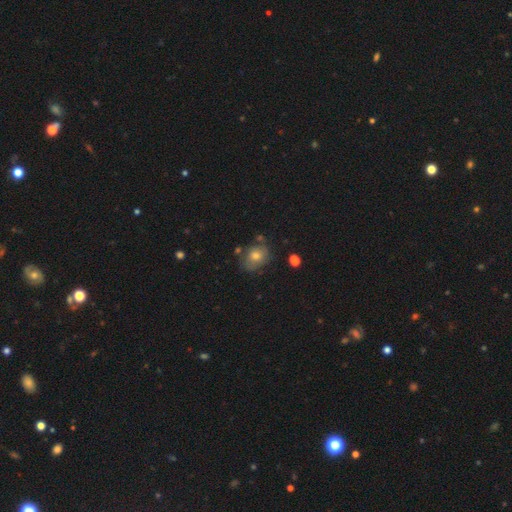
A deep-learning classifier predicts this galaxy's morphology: Smooth or featured: smooth — 69% (featured or disk — 18%)
How rounded: round — 55% (in between — 44%)
Merging: none — 69% (minor disturbance — 19%)